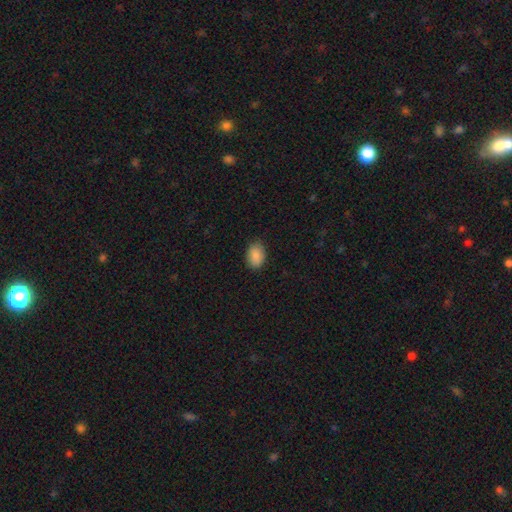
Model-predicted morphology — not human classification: type=smooth (89%); roundness=in between (85%); merging=none (85%).